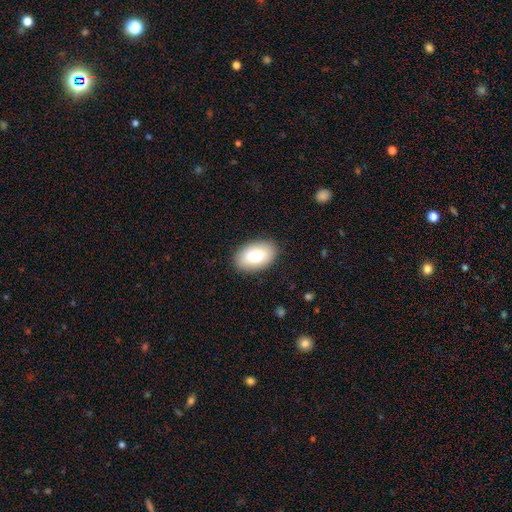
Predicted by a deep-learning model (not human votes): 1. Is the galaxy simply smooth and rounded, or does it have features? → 81% smooth, 13% featured or disk, 6% star or artifact.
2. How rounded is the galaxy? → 92% in between, 6% round, 1% cigar-shaped.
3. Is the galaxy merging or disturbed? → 88% none, 9% minor disturbance, 2% major disturbance, 1% merger.